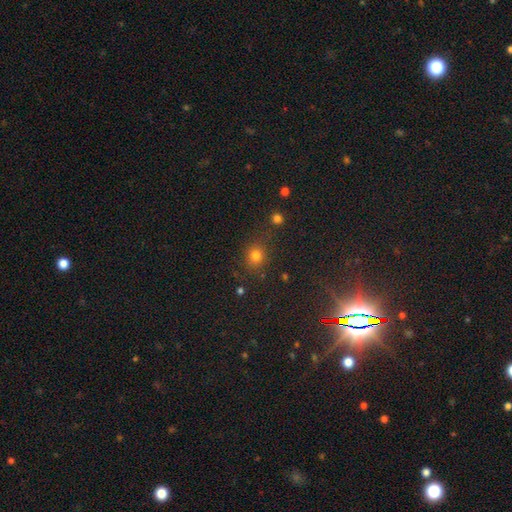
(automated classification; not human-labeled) Overall: smooth (76%). How rounded: round (83%). Merging: none (79%).